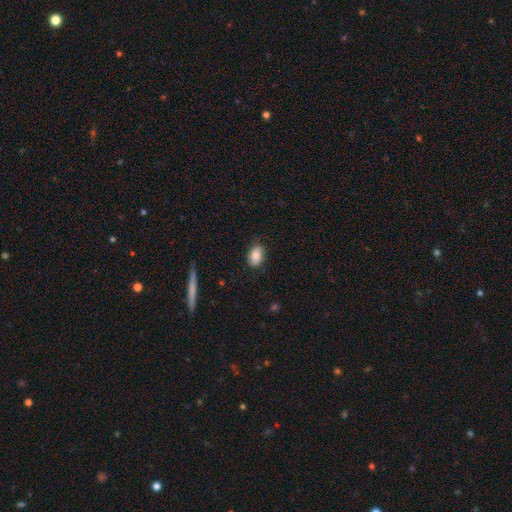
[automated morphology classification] smooth 86%, star or artifact 8%, featured or disk 7%. Down the decision tree: how rounded — in between (85%); merging — none (79%).